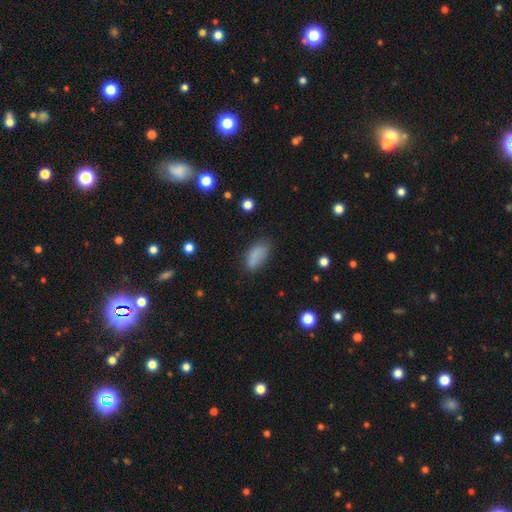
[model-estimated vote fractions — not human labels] This appears to be a smooth galaxy with no disk features (83%) that is in between round and cigar-shaped (87%). Merging: none (67%).